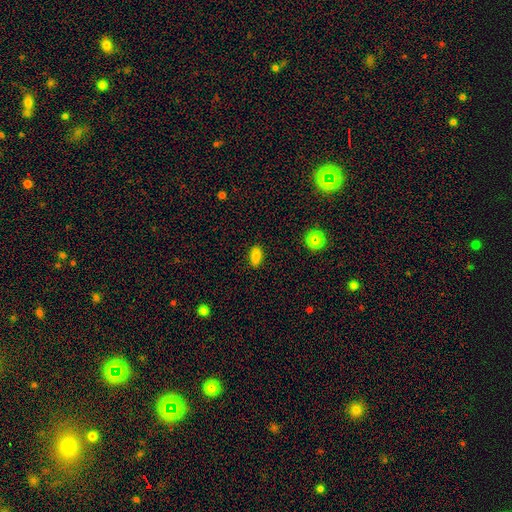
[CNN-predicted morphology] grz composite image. It shows a smooth galaxy with no disk features (83%) that is in between round and cigar-shaped (88%). Merging: none (87%).